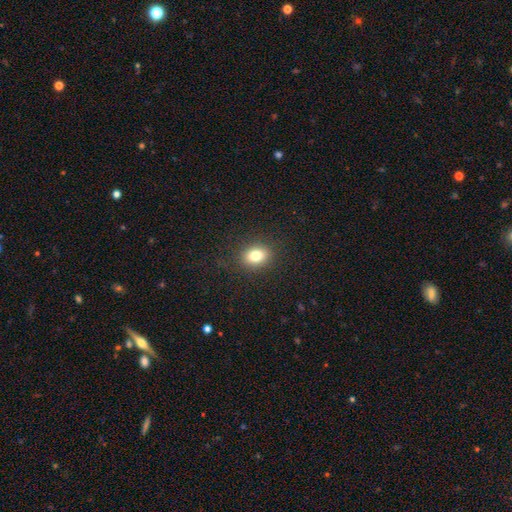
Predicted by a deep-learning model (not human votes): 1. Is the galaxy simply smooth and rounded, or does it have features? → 79% smooth, 11% star or artifact, 9% featured or disk.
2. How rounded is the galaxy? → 58% in between, 41% round, 1% cigar-shaped.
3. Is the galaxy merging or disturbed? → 87% none, 9% minor disturbance, 3% major disturbance, 1% merger.